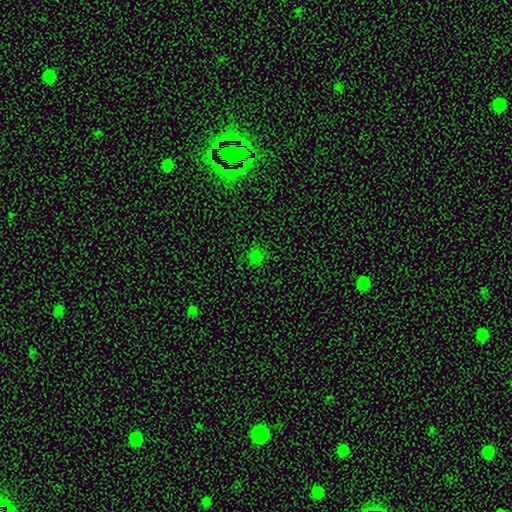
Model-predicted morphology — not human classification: This appears to be a smooth galaxy with no disk features (61%) that is round (88%). Merging: none (84%).